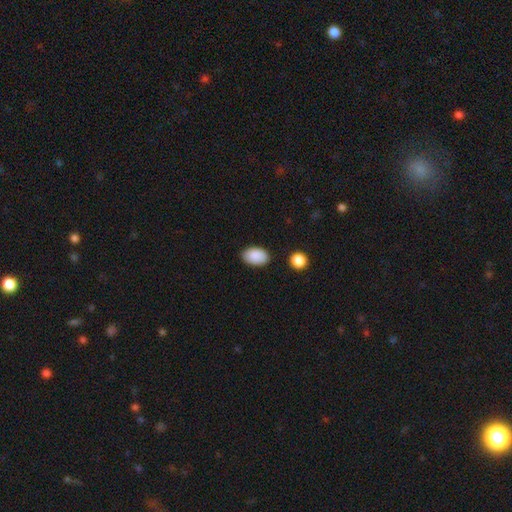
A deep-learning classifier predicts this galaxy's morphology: smooth-or-featured: smooth: 90% | star or artifact: 7% | featured or disk: 3%
  how-rounded: in between: 91% | round: 8% | cigar-shaped: 1%
  merging: none: 85% | minor disturbance: 10% | major disturbance: 2% | merger: 2%